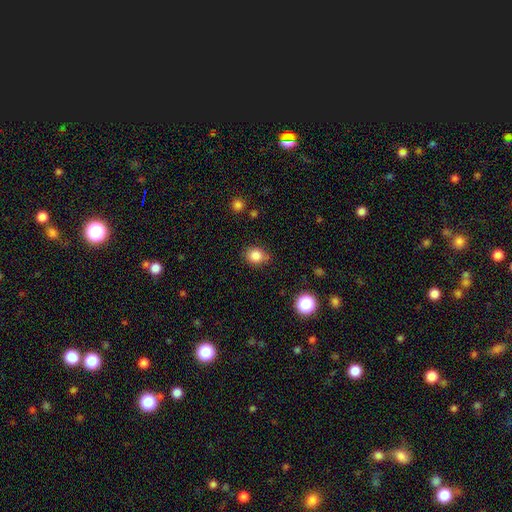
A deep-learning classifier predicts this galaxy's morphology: The model was most divided on "how rounded": round: 63%, in between: 36%, cigar-shaped: 1%. More confident: smooth or featured — smooth (84%); merging — none (79%).